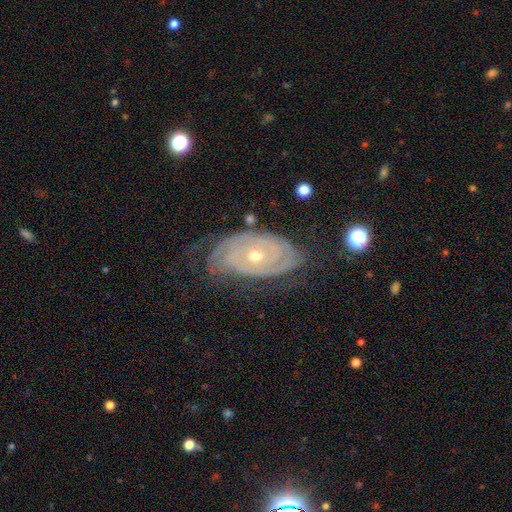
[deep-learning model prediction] Q: Smooth or featured?
A: featured or disk (87%); runner-up: smooth (8%)
Q: Edge-on disk?
A: no (95%); runner-up: yes (5%)
Q: Bar?
A: no (79%); runner-up: weak (16%)
Q: Spiral arms?
A: yes (95%); runner-up: no (5%)
Q: Spiral winding?
A: tight (81%); runner-up: medium (15%)
Q: Spiral arm count?
A: 2 (35%); runner-up: can't tell (30%)
Q: Bulge size?
A: moderate (51%); runner-up: small (46%)
Q: Merging?
A: none (69%); runner-up: minor disturbance (21%)